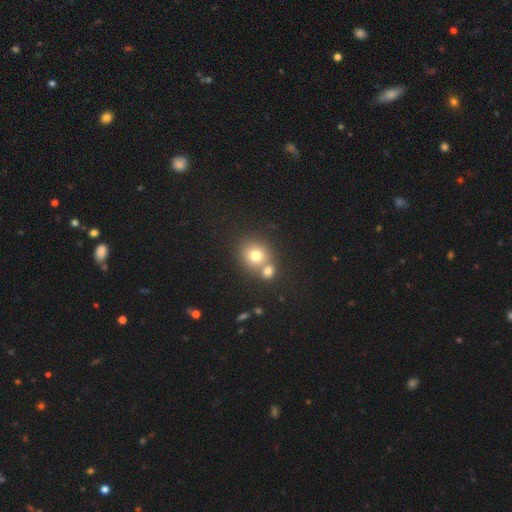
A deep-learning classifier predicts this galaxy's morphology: smooth 74%, star or artifact 14%, featured or disk 13%. Down the decision tree: how rounded — round (83%); merging — none (48%).